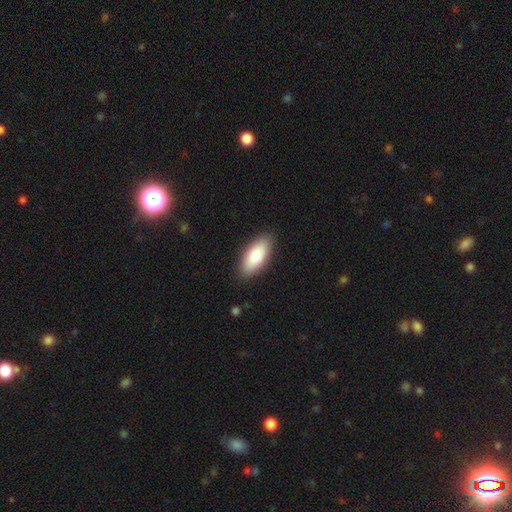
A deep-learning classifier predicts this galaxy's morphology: Q: Smooth or featured?
A: smooth (83%); runner-up: featured or disk (12%)
Q: How rounded?
A: in between (86%); runner-up: cigar-shaped (12%)
Q: Merging?
A: none (87%); runner-up: minor disturbance (9%)